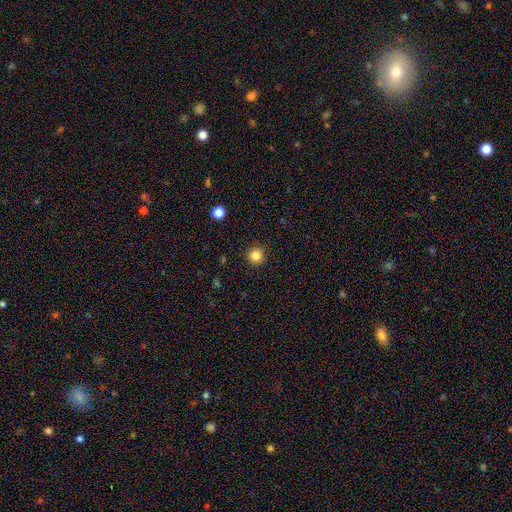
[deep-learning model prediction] smooth_or_featured: smooth (p=0.83) [alt: star or artifact p=0.12]
how_rounded: round (p=0.96) [alt: in between p=0.03]
merging: none (p=0.92) [alt: minor disturbance p=0.05]